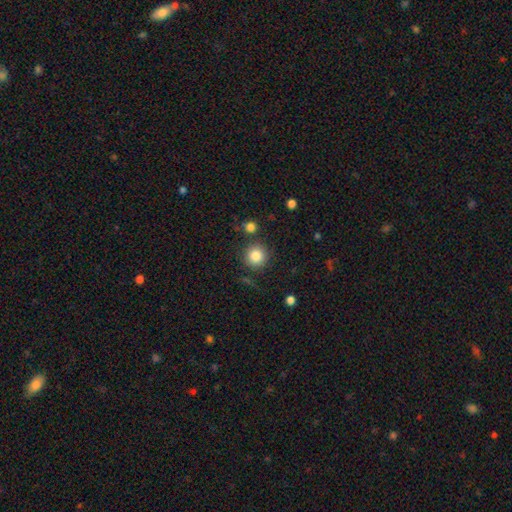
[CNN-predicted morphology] Smooth or featured? smooth (84%)
How rounded? round (94%)
Merging? none (83%)